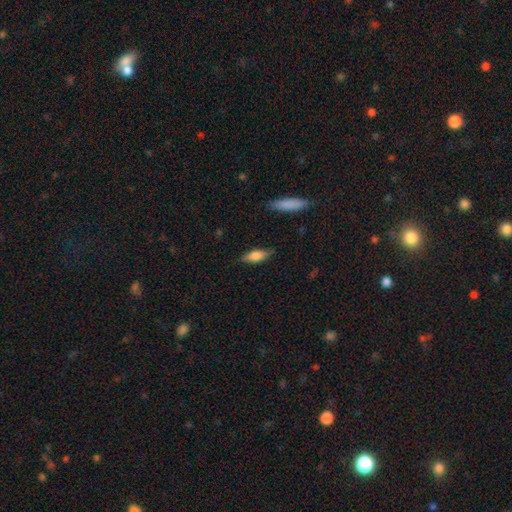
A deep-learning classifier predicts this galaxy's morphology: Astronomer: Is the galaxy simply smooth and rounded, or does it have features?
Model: smooth — 66%.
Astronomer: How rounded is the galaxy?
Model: in between — 61%.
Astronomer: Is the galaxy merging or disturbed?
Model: none — 80%.